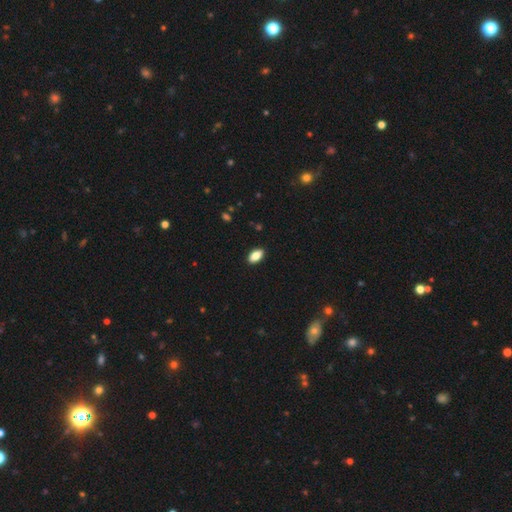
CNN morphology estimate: Overall: smooth (84%). How rounded: in between (91%). Merging: none (89%).